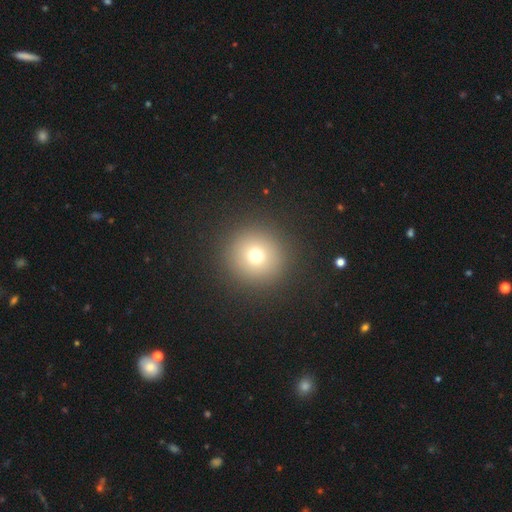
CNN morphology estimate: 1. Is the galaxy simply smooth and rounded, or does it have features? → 73% smooth, 16% star or artifact, 11% featured or disk.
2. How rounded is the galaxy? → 95% round, 4% in between, 1% cigar-shaped.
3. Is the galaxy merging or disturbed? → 92% none, 5% minor disturbance, 3% major disturbance, 1% merger.